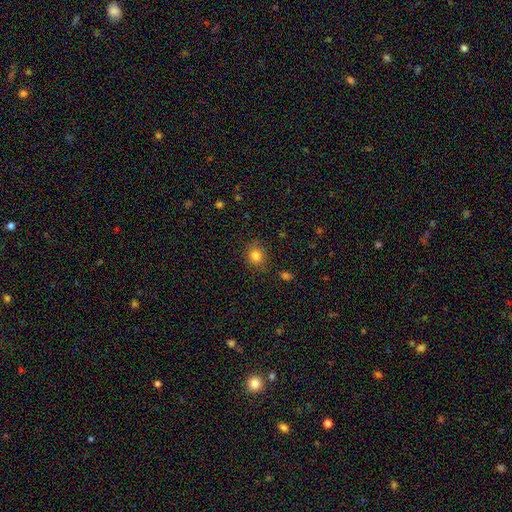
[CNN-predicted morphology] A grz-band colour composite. It shows a smooth galaxy with no disk features (83%) that is round (80%). Merging: none (82%).